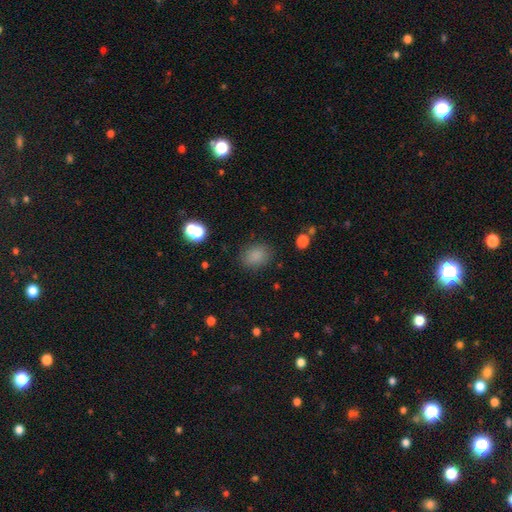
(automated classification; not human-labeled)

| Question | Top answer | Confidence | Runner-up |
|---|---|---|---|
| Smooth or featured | smooth | 84% | star or artifact (12%) |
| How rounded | in between | 57% | round (42%) |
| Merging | none | 83% | minor disturbance (11%) |